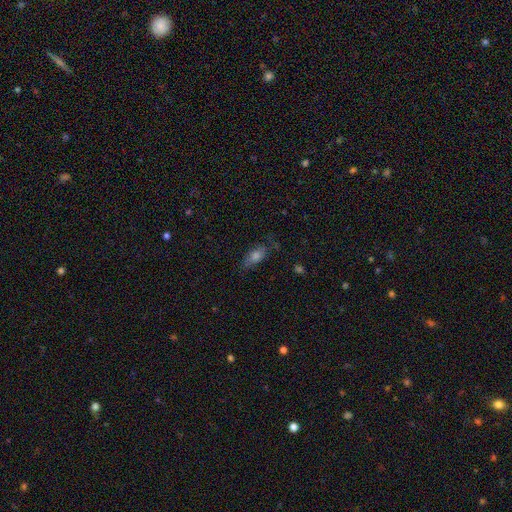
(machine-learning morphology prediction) This is possibly a smooth galaxy (59%). How rounded: likely in between (72%). Merging: likely none (67%).